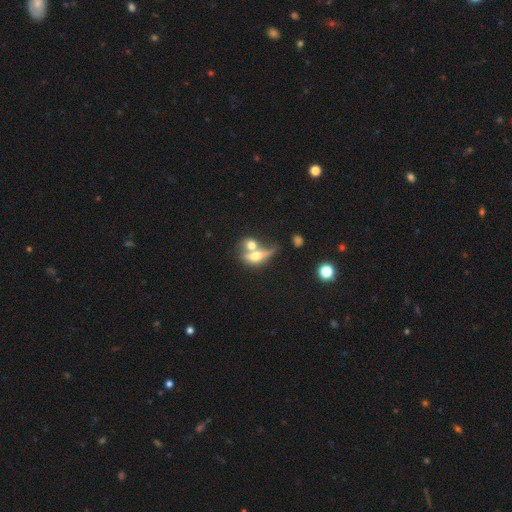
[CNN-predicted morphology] type=smooth (52%); roundness=in between (59%); merging=merger (65%).